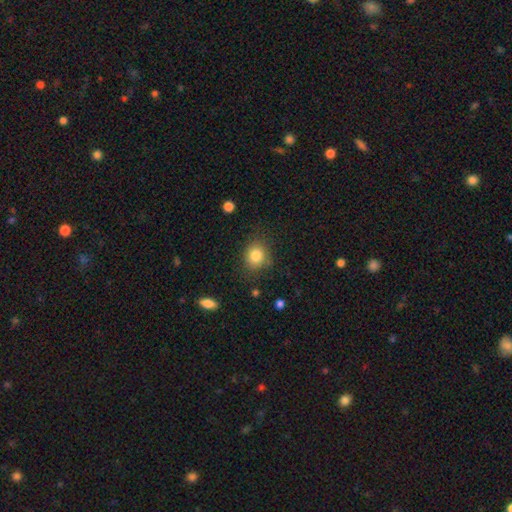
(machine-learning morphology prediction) smooth-or-featured: smooth: 83% | star or artifact: 10% | featured or disk: 7%
  how-rounded: round: 71% | in between: 28% | cigar-shaped: 1%
  merging: none: 79% | minor disturbance: 15% | major disturbance: 4% | merger: 2%